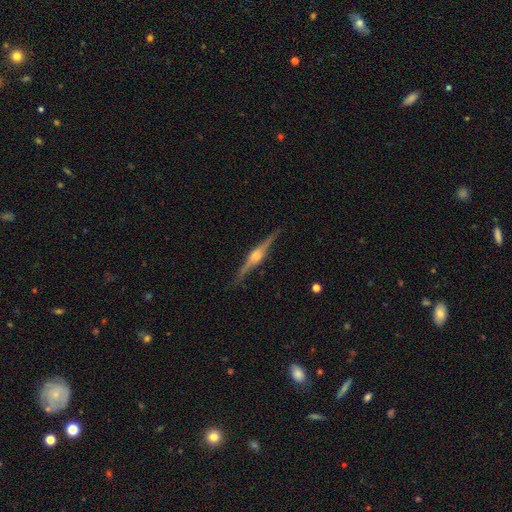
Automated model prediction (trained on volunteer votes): featured or disk 84%, smooth 10%, star or artifact 6%. Down the decision tree: edge-on disk — yes (98%); edge-on bulge — rounded (87%); merging — none (88%).